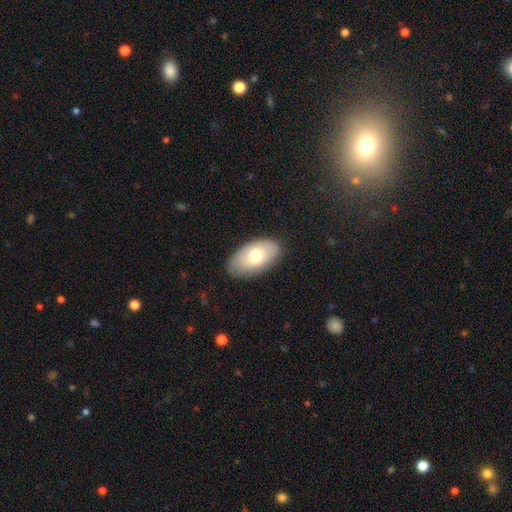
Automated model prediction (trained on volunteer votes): smooth_or_featured: smooth (p=0.72) [alt: featured or disk p=0.22]
how_rounded: in between (p=0.95) [alt: round p=0.04]
merging: none (p=0.83) [alt: minor disturbance p=0.13]